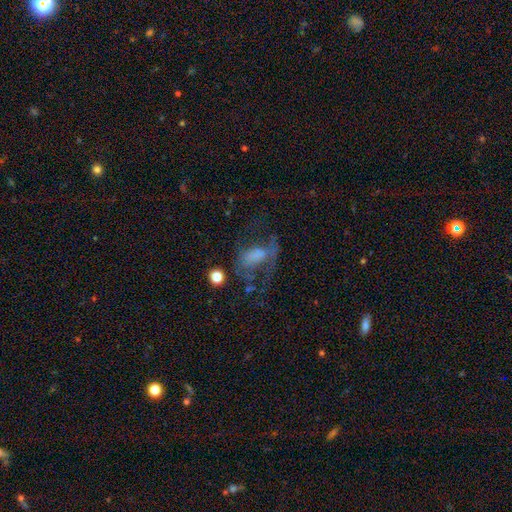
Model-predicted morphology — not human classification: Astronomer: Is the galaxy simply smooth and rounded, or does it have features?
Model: featured or disk — 48% (runner-up: smooth, 37%).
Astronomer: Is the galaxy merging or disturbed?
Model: major disturbance — 51% (runner-up: none, 27%).